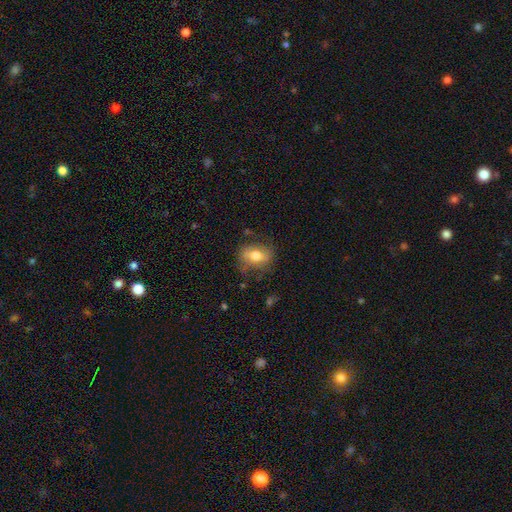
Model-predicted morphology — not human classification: smooth_or_featured: smooth (p=0.59) [alt: featured or disk p=0.33]
how_rounded: in between (p=0.67) [alt: round p=0.31]
merging: none (p=0.70) [alt: minor disturbance p=0.20]